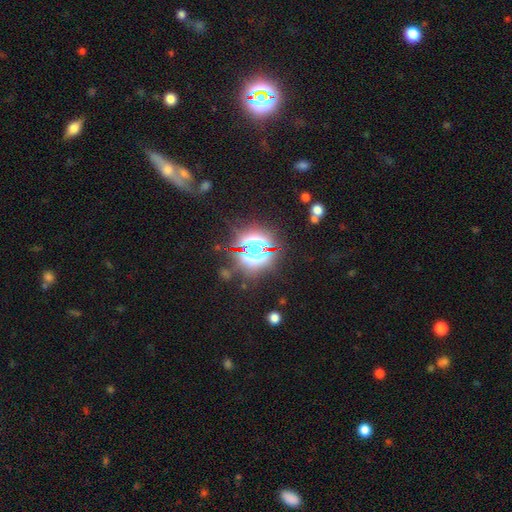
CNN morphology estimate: This appears to be a star or artifact, not a galaxy (76%).